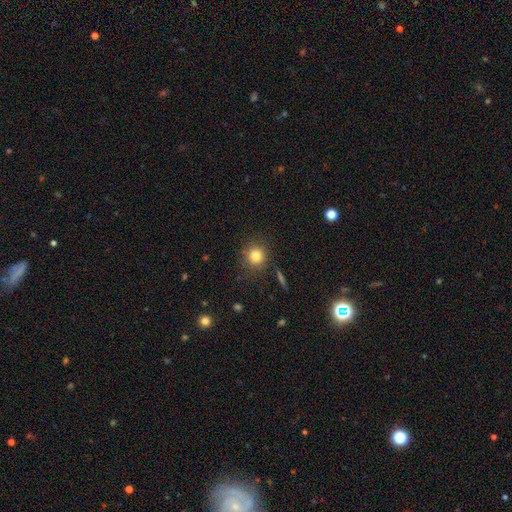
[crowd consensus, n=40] Smooth or featured: smooth — 82% (featured or disk — 12%)
How rounded: round — 82% (in between — 18%)
Merging: none — 92% (minor disturbance — 5%)